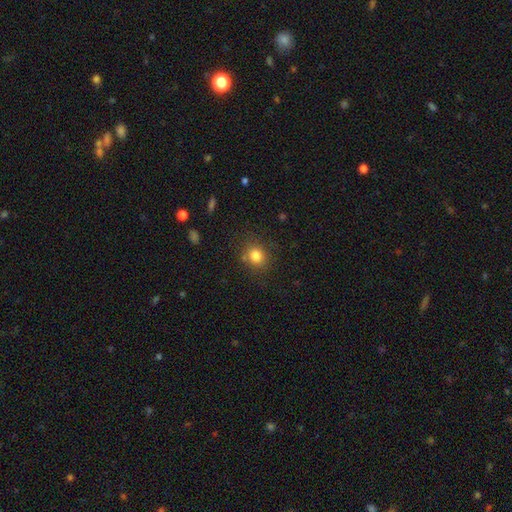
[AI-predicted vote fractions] Overall: smooth (81%). How rounded: round (75%). Merging: none (80%).